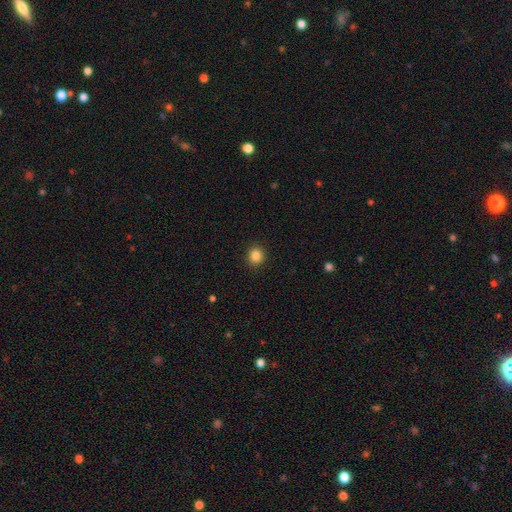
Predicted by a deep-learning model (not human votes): Smooth or featured?
  - smooth: 85% *
  - star or artifact: 11%
  - featured or disk: 4%
How rounded?
  - round: 84% *
  - in between: 15%
  - cigar-shaped: 1%
Merging?
  - none: 92% *
  - minor disturbance: 5%
  - major disturbance: 2%
  - merger: 1%